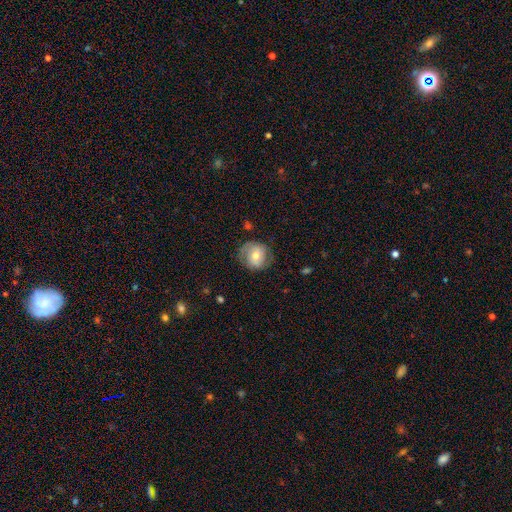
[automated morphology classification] featured or disk 49%, smooth 44%, star or artifact 7%. Down the decision tree: merging — none (73%).